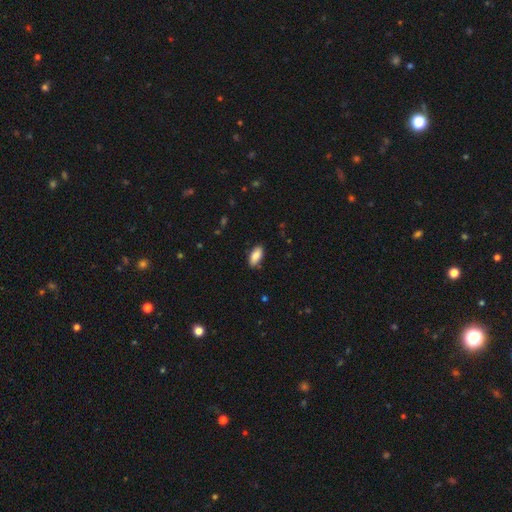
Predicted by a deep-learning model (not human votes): A smooth galaxy with no disk features (87%) that is in between round and cigar-shaped (90%).

Vote fractions:
- Smooth or featured? smooth: 87% / star or artifact: 6% / featured or disk: 6%
- How rounded? in between: 90% / cigar-shaped: 8% / round: 2%
- Merging? none: 83% / minor disturbance: 13% / major disturbance: 2% / merger: 1%